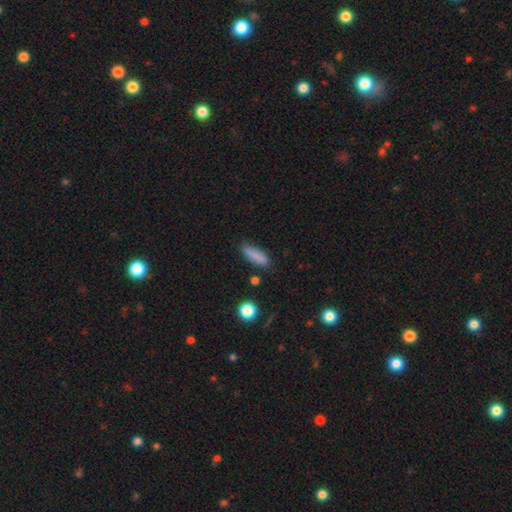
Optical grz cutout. It shows a smooth galaxy with no disk features (90%) that is in between round and cigar-shaped (51%). Merging: none (76%).